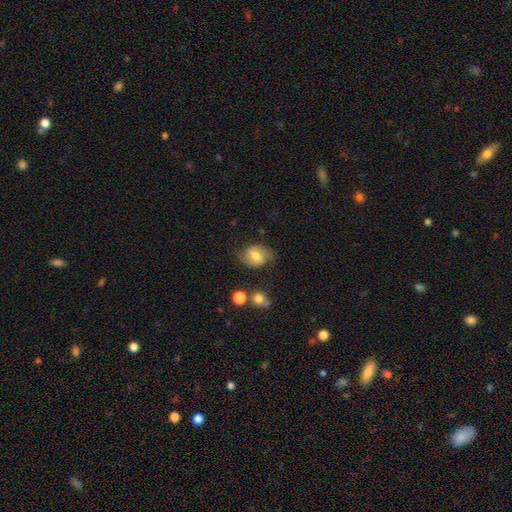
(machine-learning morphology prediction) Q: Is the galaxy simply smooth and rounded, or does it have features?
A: smooth — 59%.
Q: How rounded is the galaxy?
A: in between — 57%.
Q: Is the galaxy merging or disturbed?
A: none — 68%.